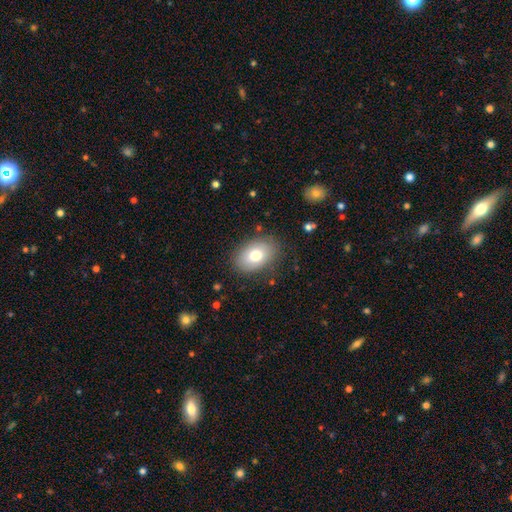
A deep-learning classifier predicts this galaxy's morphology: This is likely a smooth galaxy (77%). How rounded: clearly in between (84%). Merging: clearly none (83%).